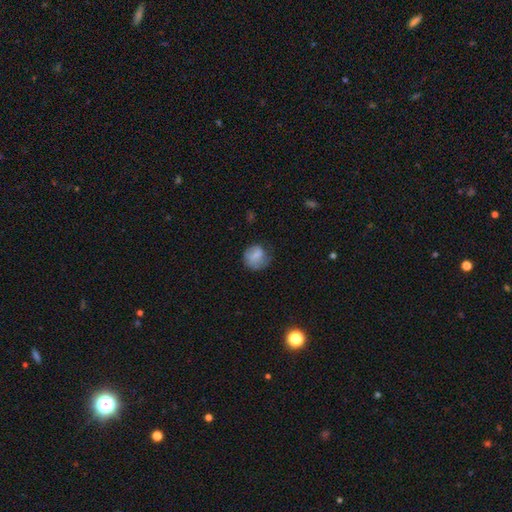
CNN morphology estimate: This appears to be a smooth galaxy with no disk features (73%) that is round (78%). Merging: none (56%).